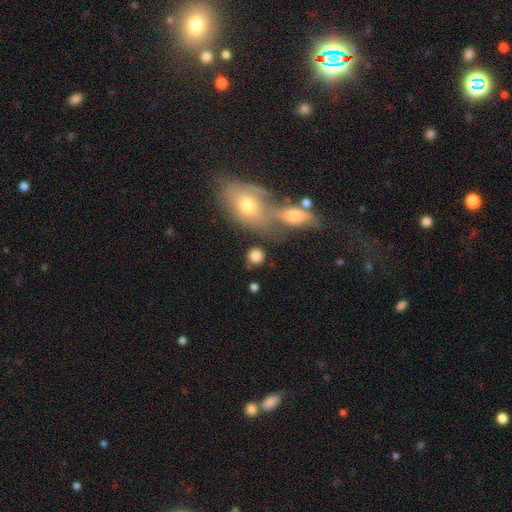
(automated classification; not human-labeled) Smooth or featured: smooth — 81% (star or artifact — 9%)
How rounded: round — 82% (in between — 16%)
Merging: none — 67% (merger — 17%)